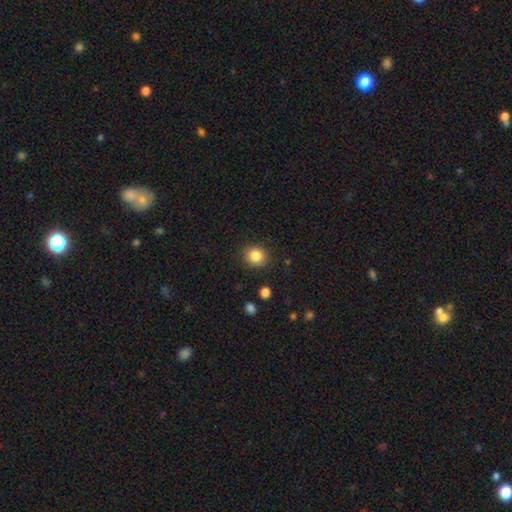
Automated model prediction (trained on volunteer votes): smooth_or_featured: smooth (p=0.85) [alt: star or artifact p=0.10]
how_rounded: round (p=0.87) [alt: in between p=0.12]
merging: none (p=0.89) [alt: minor disturbance p=0.07]